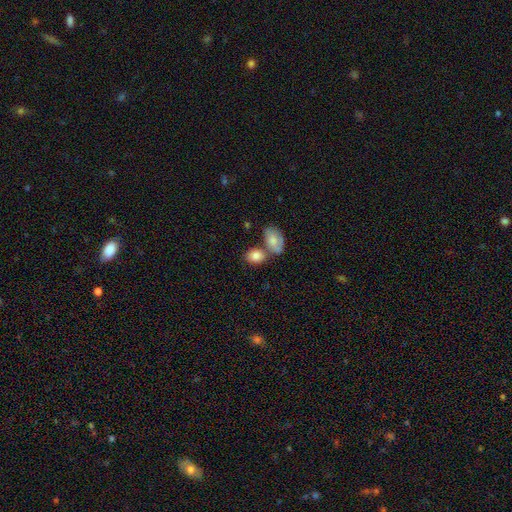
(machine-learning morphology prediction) Smooth or featured? smooth (81%)
How rounded? in between (72%)
Merging? none (48%)